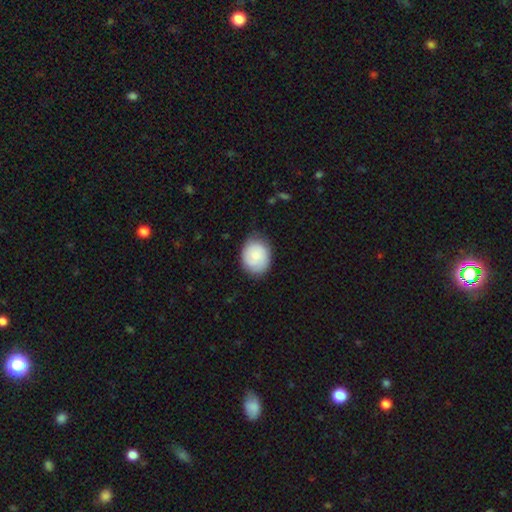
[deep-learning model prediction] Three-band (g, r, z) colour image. It shows a smooth galaxy with no disk features (79%) that is round (52%). Merging: none (77%).